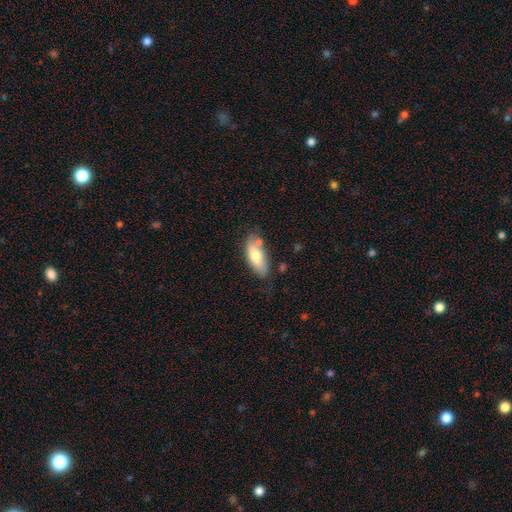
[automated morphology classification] Overall: smooth (70%). How rounded: in between (77%). Merging: none (65%).